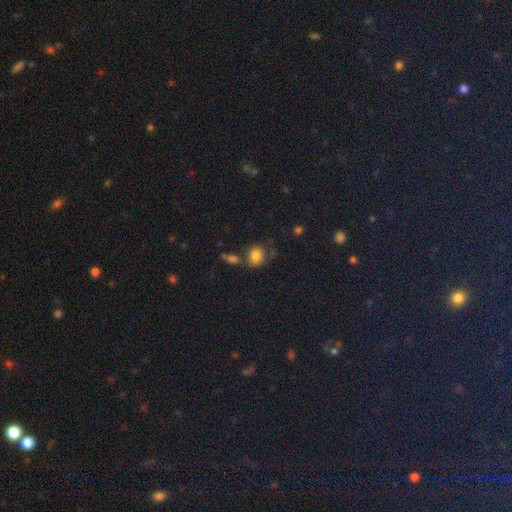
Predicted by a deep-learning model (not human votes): smooth_or_featured: smooth (p=0.80) [alt: star or artifact p=0.11]
how_rounded: round (p=0.58) [alt: in between p=0.40]
merging: none (p=0.58) [alt: merger p=0.19]